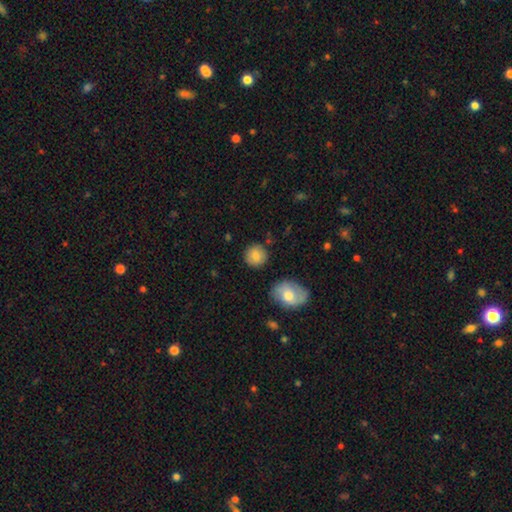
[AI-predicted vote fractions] Morphology: type=smooth (82%); roundness=round (89%); merging=none (85%).